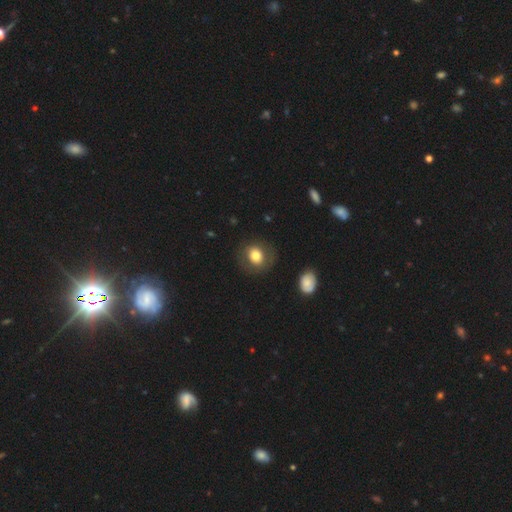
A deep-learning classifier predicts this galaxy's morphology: type=smooth (75%); roundness=round (67%); merging=none (80%).